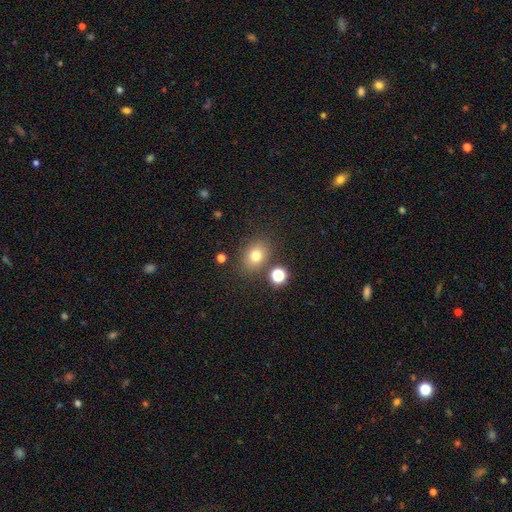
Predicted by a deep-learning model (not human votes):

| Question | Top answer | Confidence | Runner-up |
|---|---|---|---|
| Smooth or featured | smooth | 75% | star or artifact (15%) |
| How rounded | round | 50% | in between (49%) |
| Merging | none | 79% | minor disturbance (11%) |